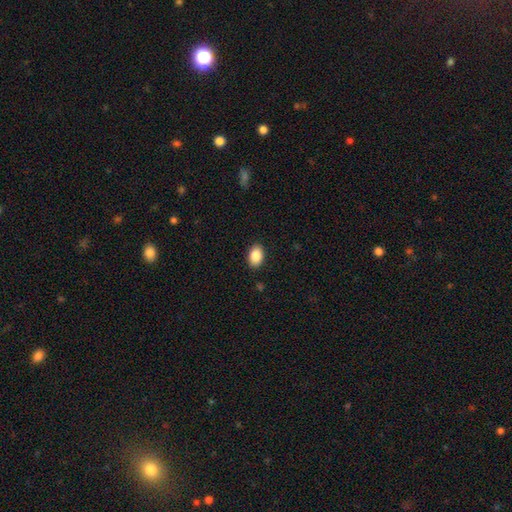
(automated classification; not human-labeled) Overall: smooth (87%). How rounded: in between (85%). Merging: none (89%).